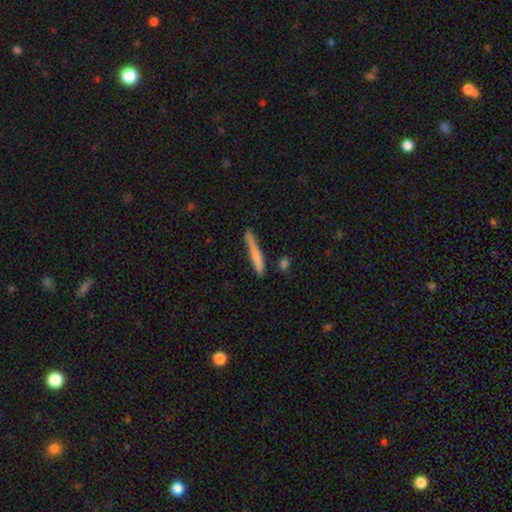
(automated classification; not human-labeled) A smooth galaxy with no disk features (64%) that is cigar-shaped (95%).

Vote fractions:
- Smooth or featured? smooth: 64% / featured or disk: 29% / star or artifact: 6%
- How rounded? cigar-shaped: 95% / in between: 4% / round: 1%
- Merging? none: 71% / minor disturbance: 20% / merger: 5% / major disturbance: 5%